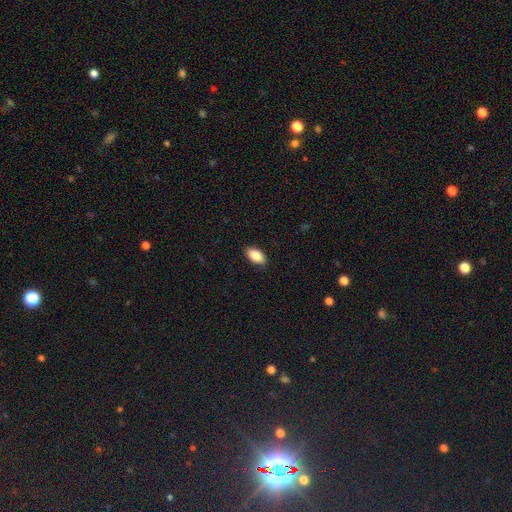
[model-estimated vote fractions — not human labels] A smooth galaxy with no disk features (87%) that is in between round and cigar-shaped (93%). Merging: none (90%).